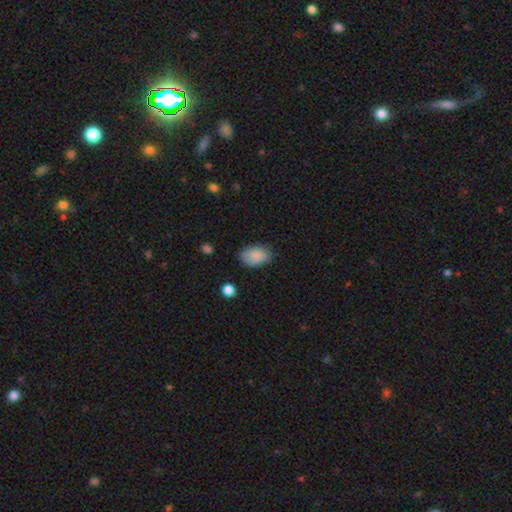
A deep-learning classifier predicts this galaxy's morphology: type=smooth (86%); roundness=in between (87%); merging=none (74%).